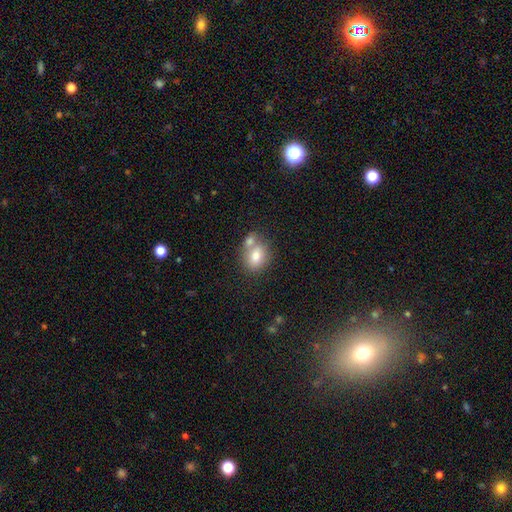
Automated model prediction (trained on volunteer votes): This is likely a smooth galaxy (76%). How rounded: possibly in between (58%). Merging: marginally none (44%).